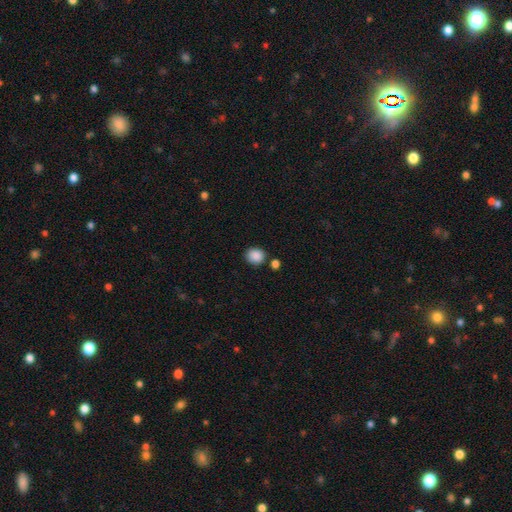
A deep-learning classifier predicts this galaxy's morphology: smooth 88%, star or artifact 9%, featured or disk 3%. Down the decision tree: how rounded — round (77%); merging — none (81%).